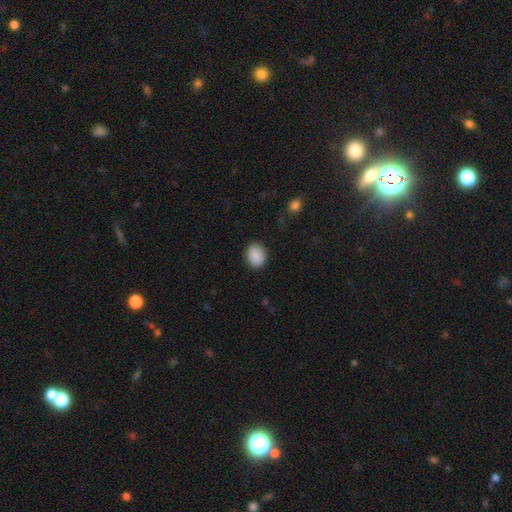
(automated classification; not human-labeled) Morphology: type=smooth (89%); roundness=in between (53%); merging=none (87%).